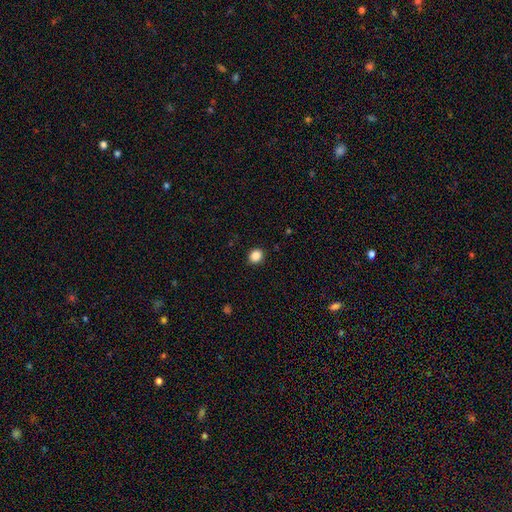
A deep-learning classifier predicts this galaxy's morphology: Smooth or featured: smooth — 87% (star or artifact — 10%)
How rounded: round — 73% (in between — 26%)
Merging: none — 90% (minor disturbance — 7%)